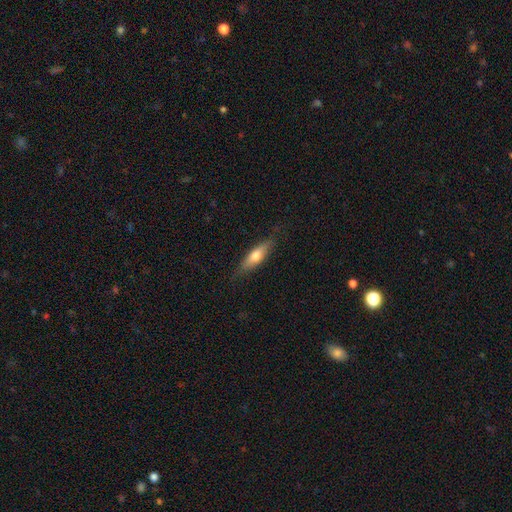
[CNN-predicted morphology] smooth 56%, featured or disk 38%, star or artifact 6%. Down the decision tree: how rounded — cigar-shaped (60%); merging — none (81%).